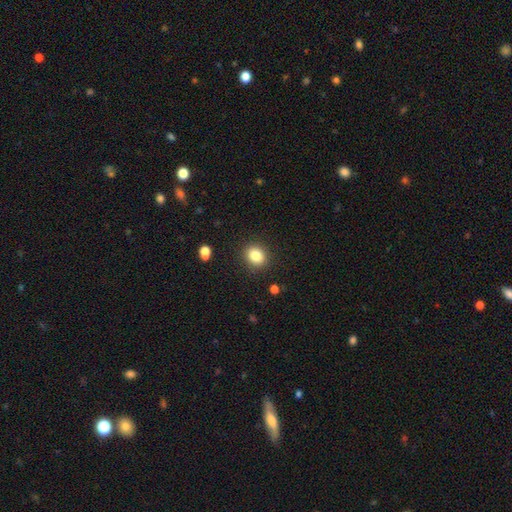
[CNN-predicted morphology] Smooth or featured?
  - smooth: 85% *
  - star or artifact: 10%
  - featured or disk: 5%
How rounded?
  - round: 61% *
  - in between: 39%
  - cigar-shaped: 1%
Merging?
  - none: 88% *
  - minor disturbance: 8%
  - major disturbance: 3%
  - merger: 1%